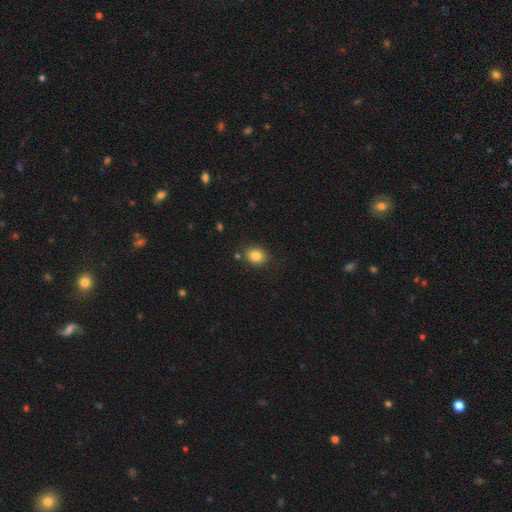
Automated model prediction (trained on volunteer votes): Smooth or featured: smooth — 83% (star or artifact — 10%)
How rounded: round — 57% (in between — 42%)
Merging: none — 82% (minor disturbance — 11%)